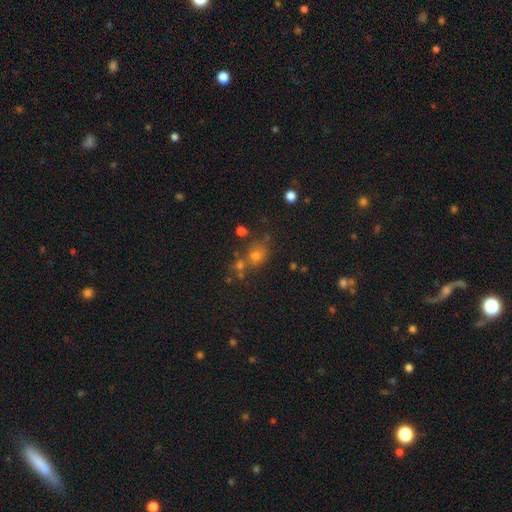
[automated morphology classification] Smooth or featured? Predicted: smooth (p=0.59). How rounded? Predicted: round (p=0.72). Merging? Predicted: none (p=0.61).